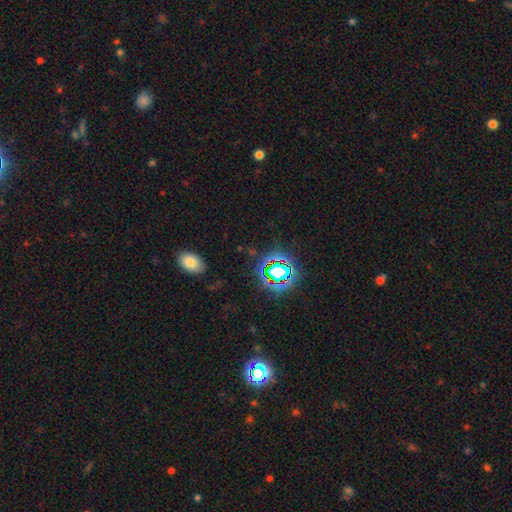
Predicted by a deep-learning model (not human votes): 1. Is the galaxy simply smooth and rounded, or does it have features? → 66% star or artifact, 23% smooth, 11% featured or disk.